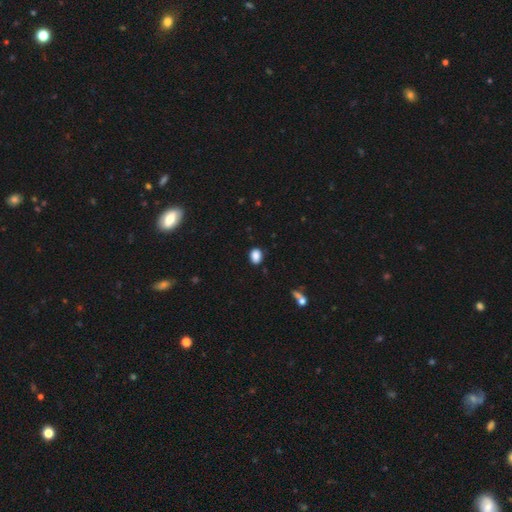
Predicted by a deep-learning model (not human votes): Smooth or featured? Predicted: smooth (p=0.87). How rounded? Predicted: in between (p=0.67). Merging? Predicted: none (p=0.86).